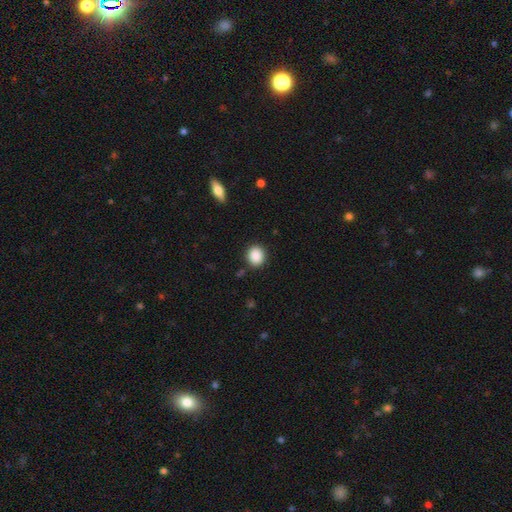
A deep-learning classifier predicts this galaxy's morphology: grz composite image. It shows a smooth galaxy with no disk features (89%) that is round (76%). Merging: none (88%).